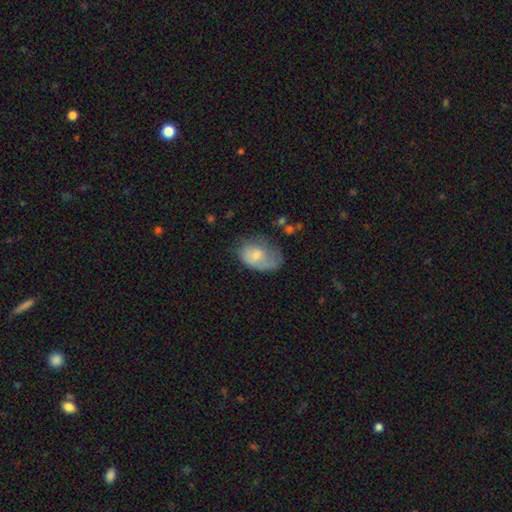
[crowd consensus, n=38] This is likely a smooth galaxy (76%). How rounded: clearly in between (83%). Merging: marginally none (39%).